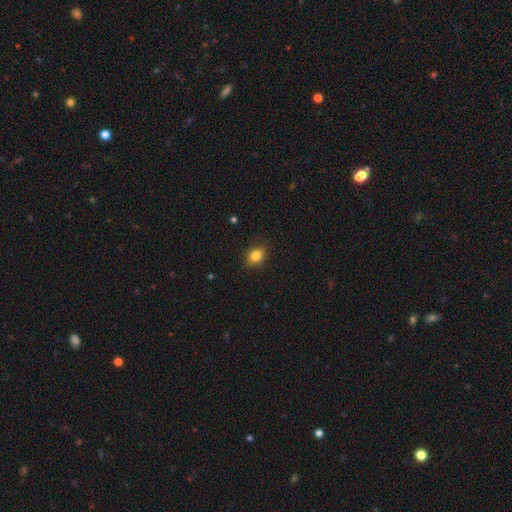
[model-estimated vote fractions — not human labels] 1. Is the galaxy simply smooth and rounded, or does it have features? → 84% smooth, 10% star or artifact, 6% featured or disk.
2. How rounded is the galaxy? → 56% in between, 43% round, 1% cigar-shaped.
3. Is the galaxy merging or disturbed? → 87% none, 10% minor disturbance, 2% major disturbance, 1% merger.